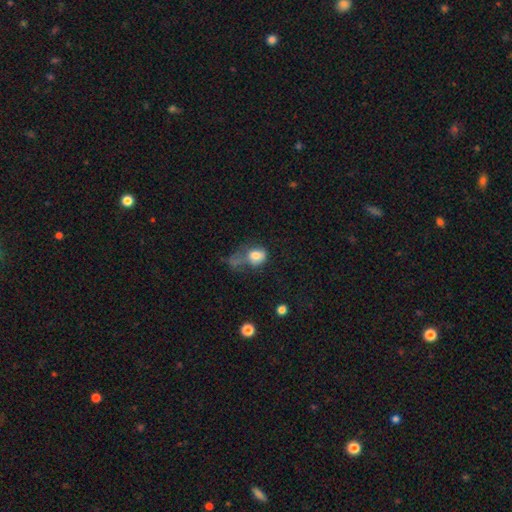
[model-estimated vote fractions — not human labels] Morphology: type=smooth (73%); roundness=in between (61%); merging=major disturbance (44%).